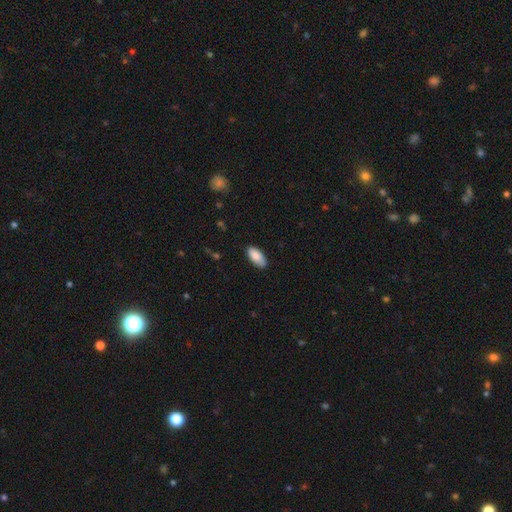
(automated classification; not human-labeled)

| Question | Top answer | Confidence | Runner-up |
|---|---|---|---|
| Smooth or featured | smooth | 87% | featured or disk (7%) |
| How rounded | in between | 92% | cigar-shaped (6%) |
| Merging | none | 83% | minor disturbance (14%) |